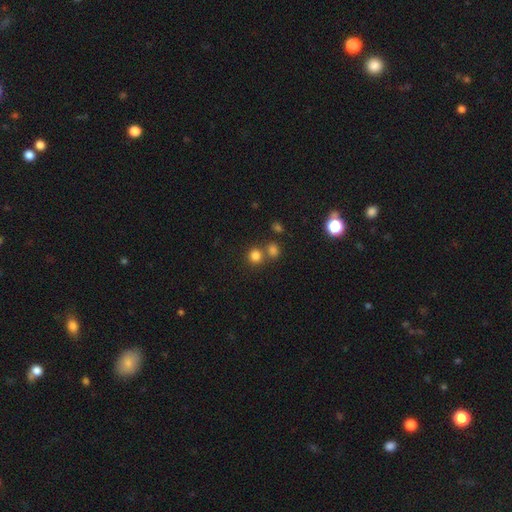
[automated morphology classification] Overall: smooth (80%). How rounded: round (89%). Merging: none (64%; merger 27%).